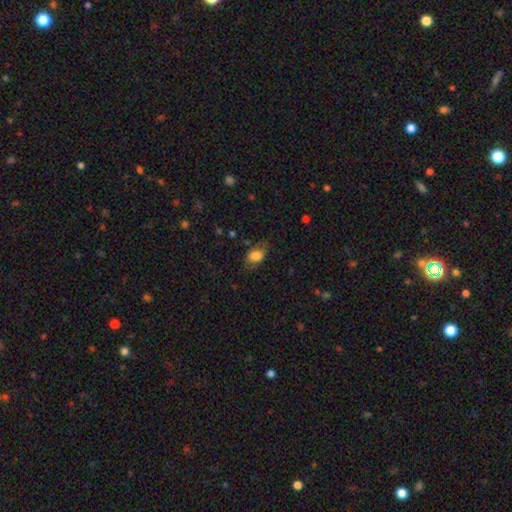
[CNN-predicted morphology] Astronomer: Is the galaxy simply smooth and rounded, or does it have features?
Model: smooth — 80%.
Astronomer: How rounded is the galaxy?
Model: in between — 83%.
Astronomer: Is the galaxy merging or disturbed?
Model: none — 69%.